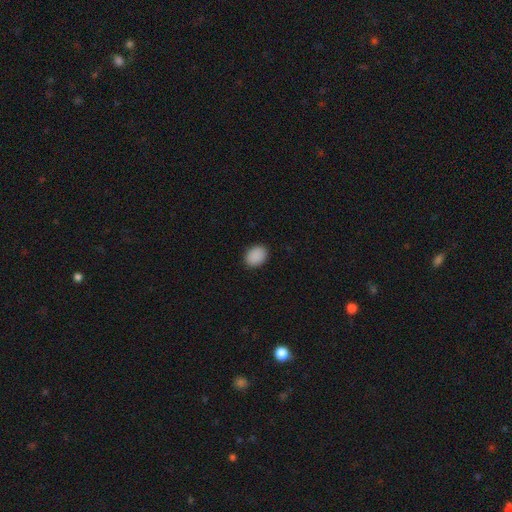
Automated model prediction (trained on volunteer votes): smooth 90%, star or artifact 8%, featured or disk 2%. Down the decision tree: how rounded — in between (68%); merging — none (90%).